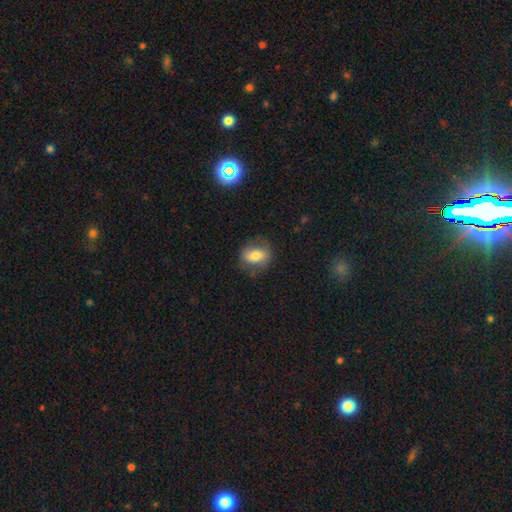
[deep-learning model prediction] Smooth or featured? smooth (70%)
How rounded? in between (62%)
Merging? none (73%)